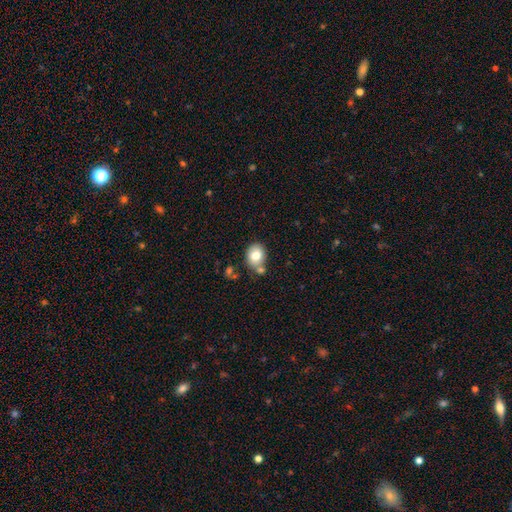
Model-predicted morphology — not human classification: Overall: smooth (78%). How rounded: round (53%; in between 47%). Merging: none (62%).